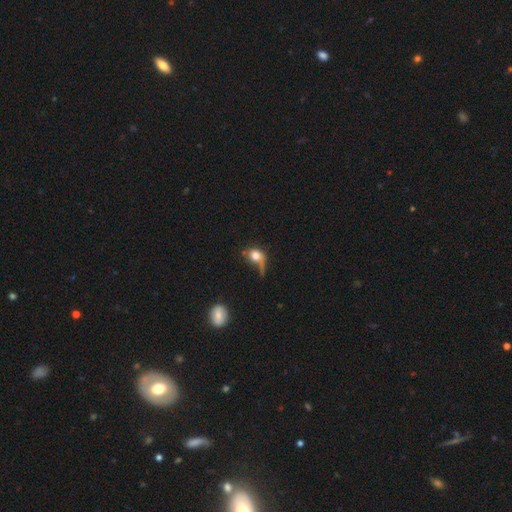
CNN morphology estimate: type=smooth (68%); roundness=round (60%); merging=major disturbance (35%).